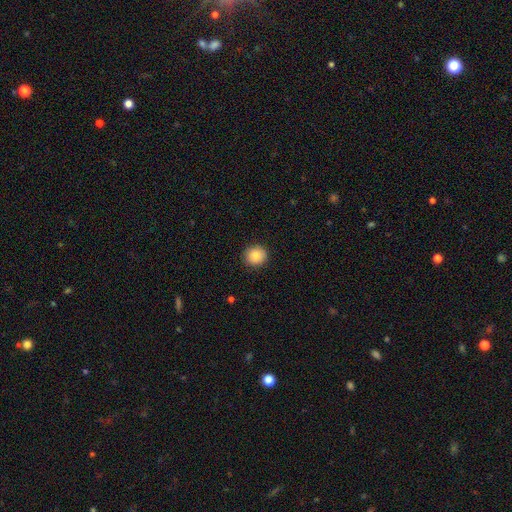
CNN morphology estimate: smooth_or_featured: smooth (p=0.86) [alt: star or artifact p=0.09]
how_rounded: round (p=0.90) [alt: in between p=0.09]
merging: none (p=0.90) [alt: minor disturbance p=0.07]